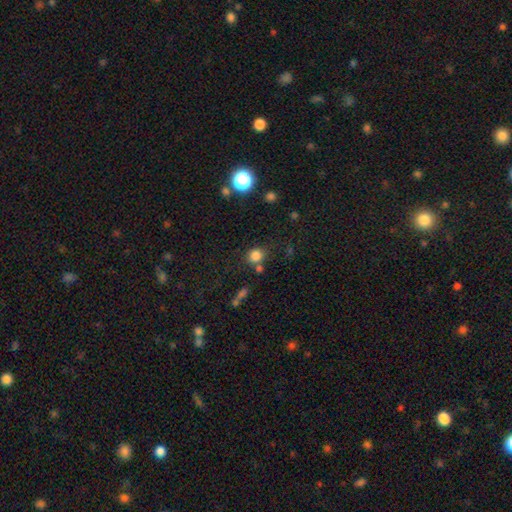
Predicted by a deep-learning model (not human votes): smooth 81%, star or artifact 14%, featured or disk 6%. Down the decision tree: how rounded — round (76%); merging — none (69%).